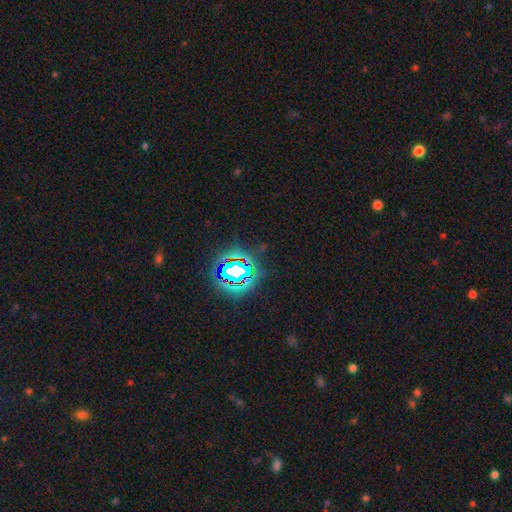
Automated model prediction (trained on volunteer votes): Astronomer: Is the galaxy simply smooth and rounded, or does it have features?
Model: star or artifact — 81%.